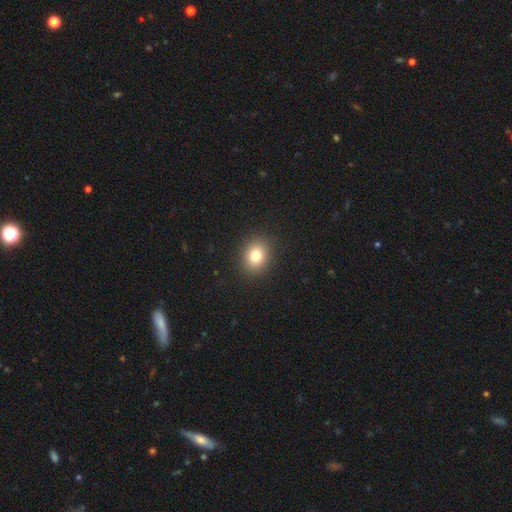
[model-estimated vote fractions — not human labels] smooth-or-featured: smooth: 80% | star or artifact: 12% | featured or disk: 8%
  how-rounded: round: 59% | in between: 40% | cigar-shaped: 1%
  merging: none: 90% | minor disturbance: 7% | major disturbance: 2% | merger: 1%